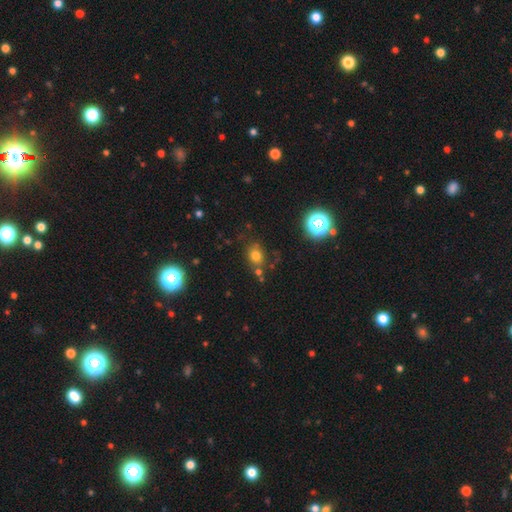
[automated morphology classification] Smooth or featured: smooth — 72% (star or artifact — 19%)
How rounded: round — 60% (in between — 39%)
Merging: none — 69% (minor disturbance — 15%)